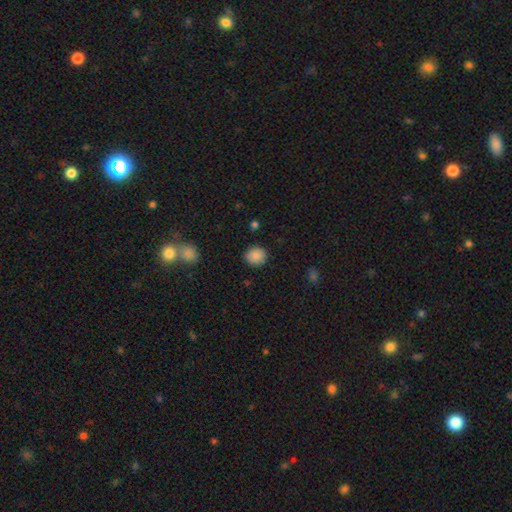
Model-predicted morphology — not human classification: smooth-or-featured: smooth: 88% | star or artifact: 9% | featured or disk: 4%
  how-rounded: round: 84% | in between: 15% | cigar-shaped: 1%
  merging: none: 87% | minor disturbance: 9% | major disturbance: 2% | merger: 1%